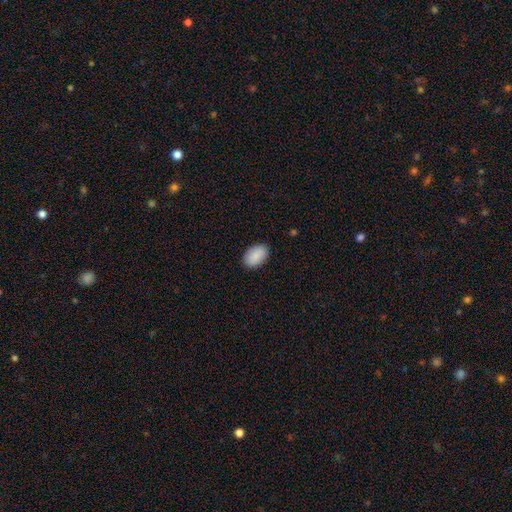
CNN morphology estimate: Smooth or featured: smooth — 90% (star or artifact — 6%)
How rounded: in between — 92% (round — 7%)
Merging: none — 88% (minor disturbance — 9%)